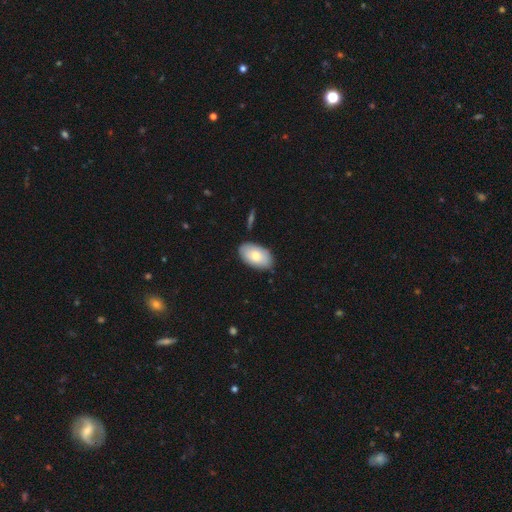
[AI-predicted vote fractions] Morphology: type=smooth (76%); roundness=in between (94%); merging=none (84%).